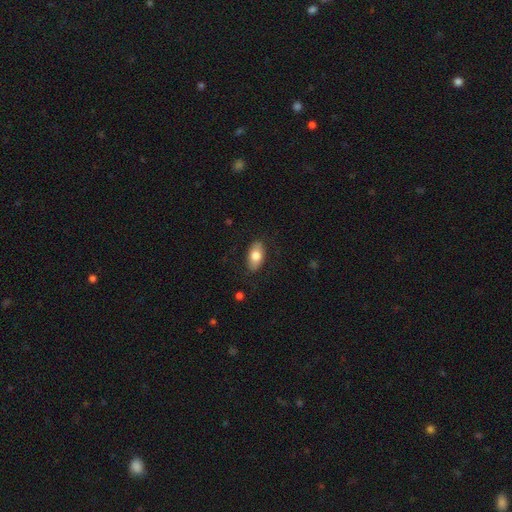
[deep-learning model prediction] Overall: smooth (76%). How rounded: in between (91%). Merging: none (84%).